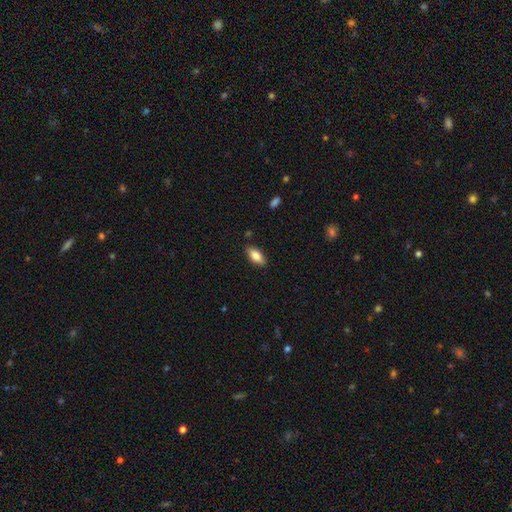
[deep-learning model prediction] Smooth or featured? Predicted: smooth (p=0.81). How rounded? Predicted: in between (p=0.87). Merging? Predicted: none (p=0.85).